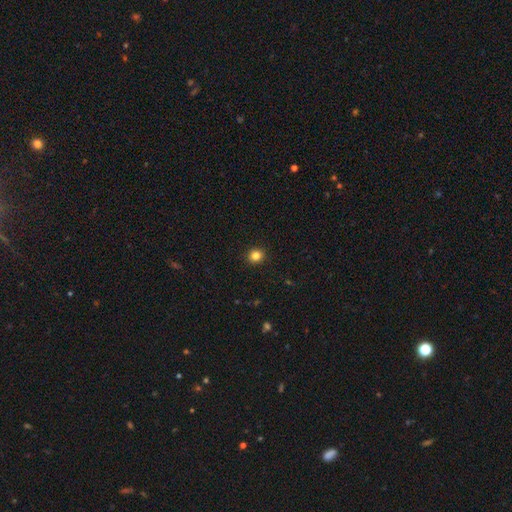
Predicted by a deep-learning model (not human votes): This is clearly a smooth galaxy (83%). How rounded: clearly round (87%). Merging: clearly none (93%).